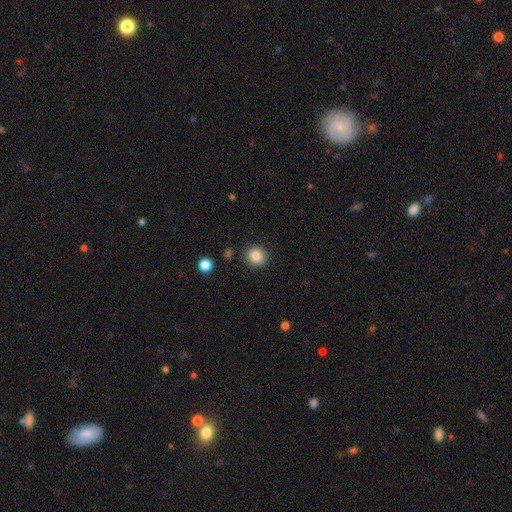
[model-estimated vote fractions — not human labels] The model was most divided on "how rounded": round: 79%, in between: 20%, cigar-shaped: 1%. More confident: smooth or featured — smooth (87%); merging — none (86%).